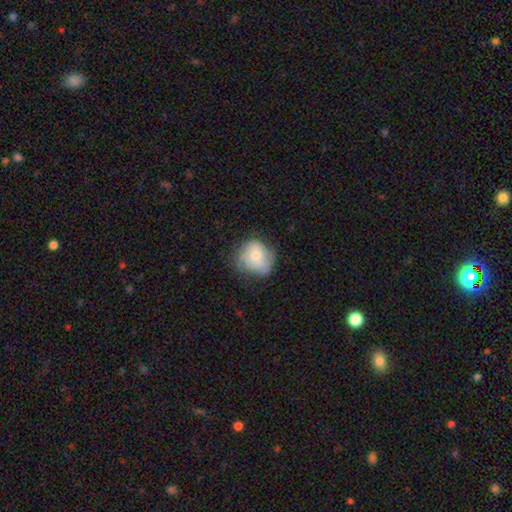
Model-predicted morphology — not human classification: Smooth or featured?
  - smooth: 66% *
  - featured or disk: 26%
  - star or artifact: 8%
How rounded?
  - round: 71% *
  - in between: 28%
  - cigar-shaped: 1%
Merging?
  - none: 52% *
  - minor disturbance: 33%
  - major disturbance: 13%
  - merger: 2%